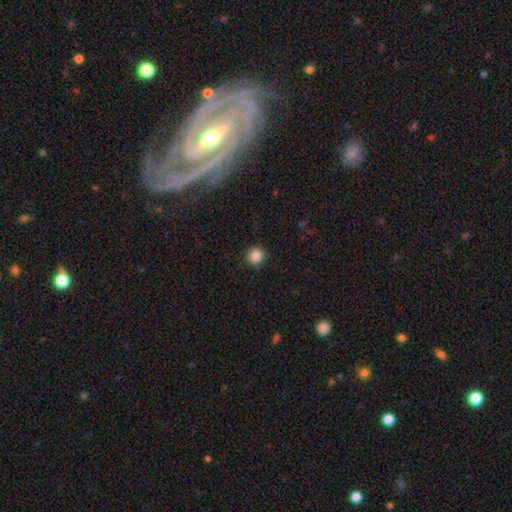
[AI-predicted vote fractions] smooth_or_featured: smooth (p=0.86) [alt: star or artifact p=0.10]
how_rounded: round (p=0.94) [alt: in between p=0.05]
merging: none (p=0.92) [alt: minor disturbance p=0.05]